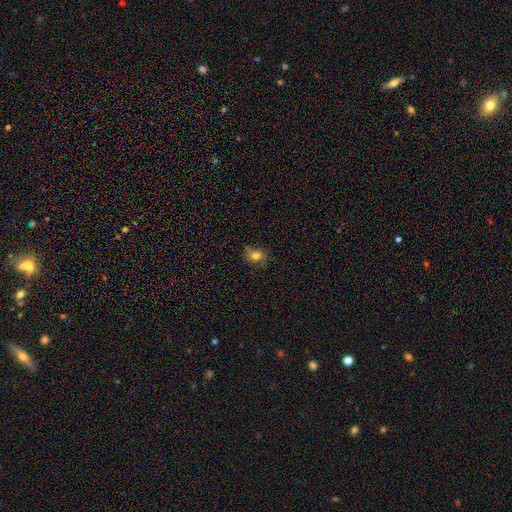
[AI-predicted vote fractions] Q: Smooth or featured?
A: smooth (66%); runner-up: featured or disk (20%)
Q: How rounded?
A: round (55%); runner-up: in between (43%)
Q: Merging?
A: none (68%); runner-up: minor disturbance (23%)